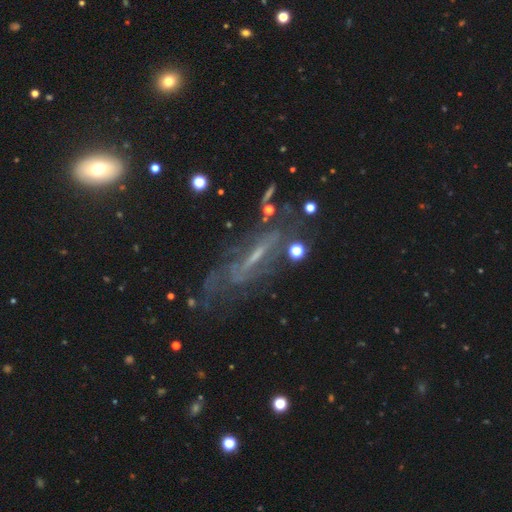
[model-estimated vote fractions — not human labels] The model was most divided on "edge-on disk": no: 66%, yes: 34%. More confident: smooth or featured — featured or disk (73%); merging — none (53%).